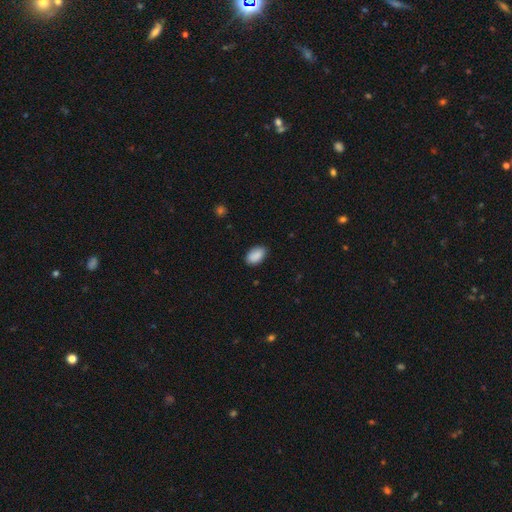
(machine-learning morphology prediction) Smooth or featured: smooth — 90% (star or artifact — 7%)
How rounded: in between — 93% (round — 6%)
Merging: none — 84% (minor disturbance — 13%)